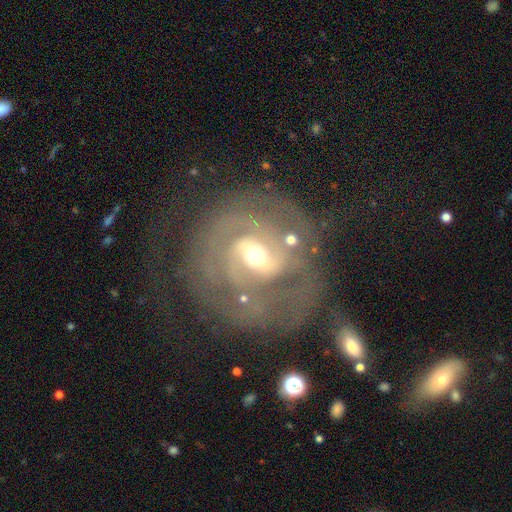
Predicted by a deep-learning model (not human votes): A featured or disk galaxy (89%) with a weak bar (49%), 2 (49%) tight (56%) spiral arms (96%) and a moderate central bulge (59%). Merging: none (64%).